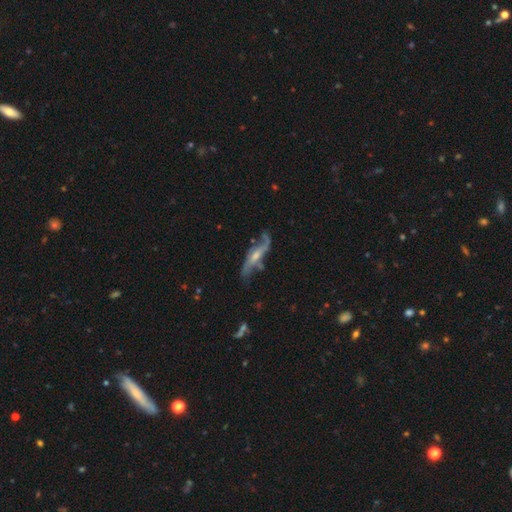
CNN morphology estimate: type=featured or disk (81%); edge-on=no (73%); bar=no (43%); spiral arms=yes (91%); winding=loose (71%); arm count=2 (83%); bulge=small (47%); merging=none (62%).